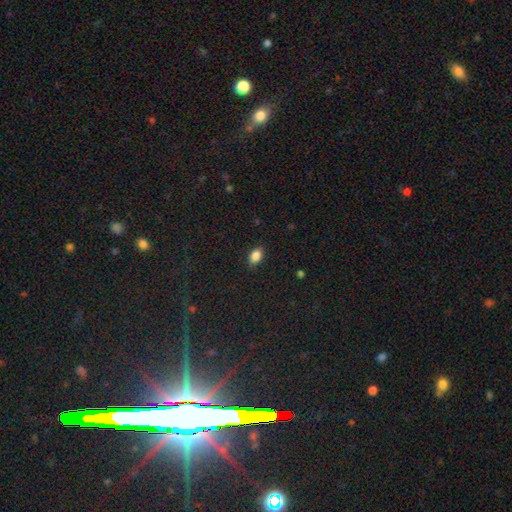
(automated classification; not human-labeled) smooth 86%, star or artifact 9%, featured or disk 5%. Down the decision tree: how rounded — in between (88%); merging — none (87%).